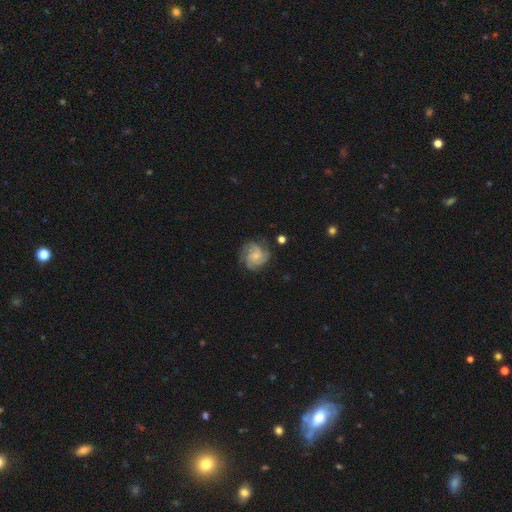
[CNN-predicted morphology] A featured or disk galaxy (78%) with no bar (70%), 3 (46%) tight (46%) spiral arms (96%) and a small central bulge (63%).

Vote fractions:
- Smooth or featured? featured or disk: 78% / smooth: 15% / star or artifact: 7%
- Edge-on disk? no: 98% / yes: 2%
- Bar? no: 70% / weak: 26% / strong: 4%
- Spiral arms? yes: 96% / no: 4%
- Spiral winding? tight: 46% / medium: 42% / loose: 11%
- Spiral arm count? 3: 46% / 4: 18% / can't tell: 14% / 2: 12% / more than 4: 5% / 1: 5%
- Bulge size? small: 63% / moderate: 23% / none: 12% / large: 2% / dominant: 1%
- Merging? none: 75% / minor disturbance: 16% / major disturbance: 7% / merger: 2%